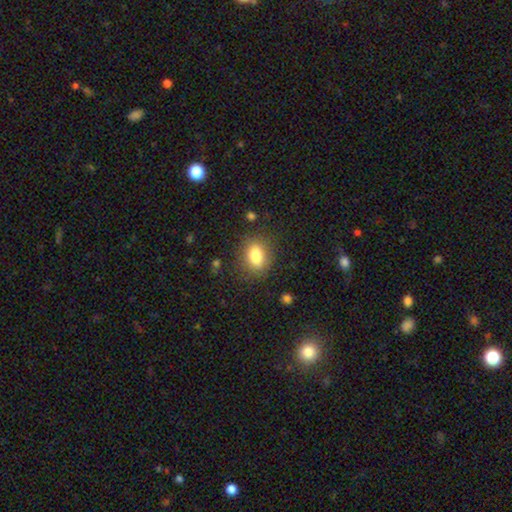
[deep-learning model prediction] A smooth galaxy with no disk features (82%) that is in between round and cigar-shaped (71%). Merging: none (82%).